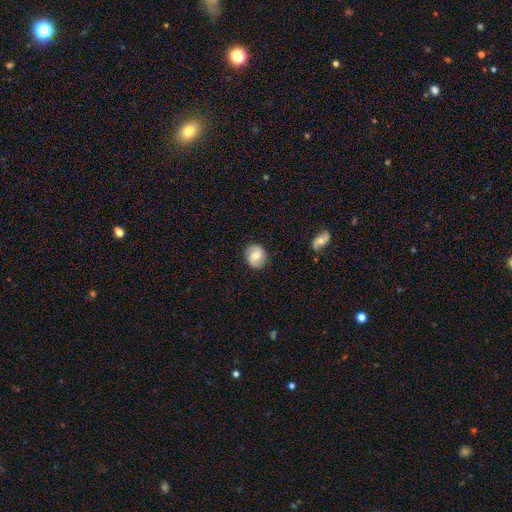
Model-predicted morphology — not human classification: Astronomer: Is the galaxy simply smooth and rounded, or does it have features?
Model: featured or disk — 53% (runner-up: smooth, 40%).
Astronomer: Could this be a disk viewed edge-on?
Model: no — 98%.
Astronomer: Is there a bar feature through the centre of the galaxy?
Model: weak — 45%, tied with no at 45%.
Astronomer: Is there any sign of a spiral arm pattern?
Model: yes — 90%.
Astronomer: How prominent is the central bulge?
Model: moderate — 60%.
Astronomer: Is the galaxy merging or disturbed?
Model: none — 85%.